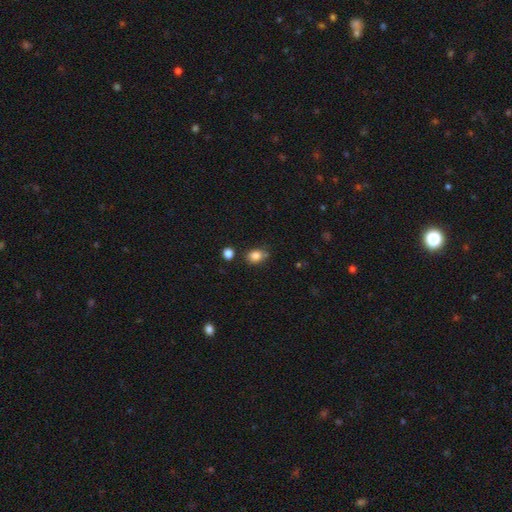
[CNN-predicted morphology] Smooth or featured: smooth — 83% (star or artifact — 11%)
How rounded: in between — 51% (round — 48%)
Merging: none — 68% (minor disturbance — 18%)